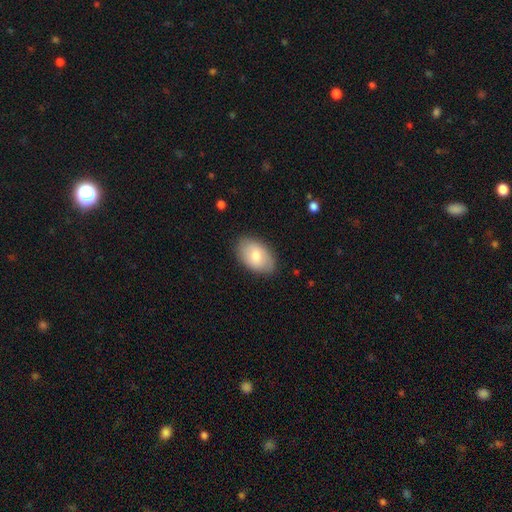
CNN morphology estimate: type=smooth (75%); roundness=in between (91%); merging=none (83%).